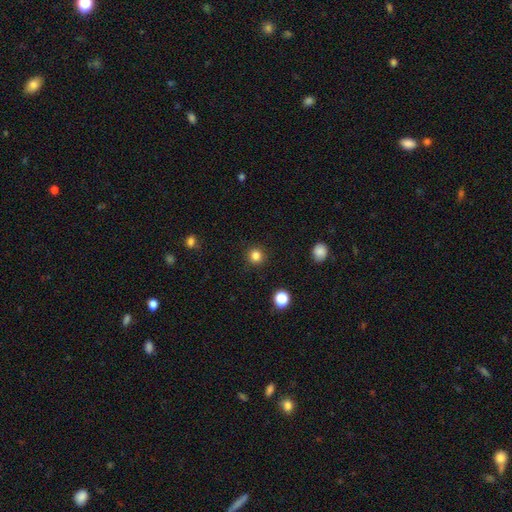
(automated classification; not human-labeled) Smooth or featured? smooth (83%)
How rounded? round (94%)
Merging? none (91%)